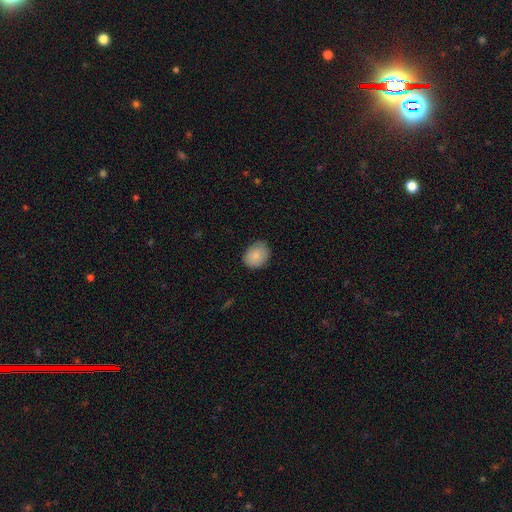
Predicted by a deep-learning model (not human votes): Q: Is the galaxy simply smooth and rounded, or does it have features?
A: smooth — 86%.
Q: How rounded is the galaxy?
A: in between — 54%.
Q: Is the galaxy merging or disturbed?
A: none — 81%.